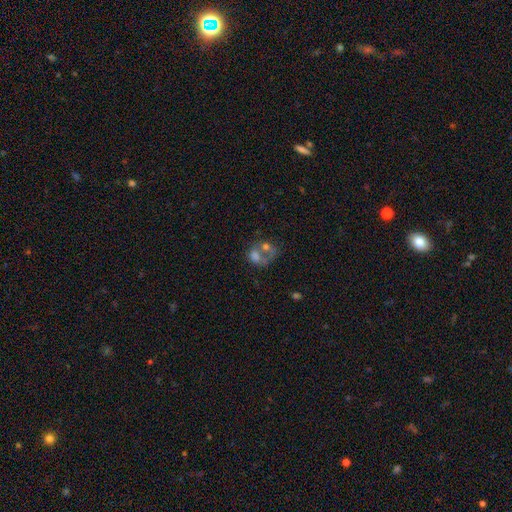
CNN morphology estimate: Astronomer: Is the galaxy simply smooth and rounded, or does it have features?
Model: smooth — 45% (runner-up: featured or disk, 39%).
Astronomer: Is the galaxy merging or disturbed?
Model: merger — 57%.